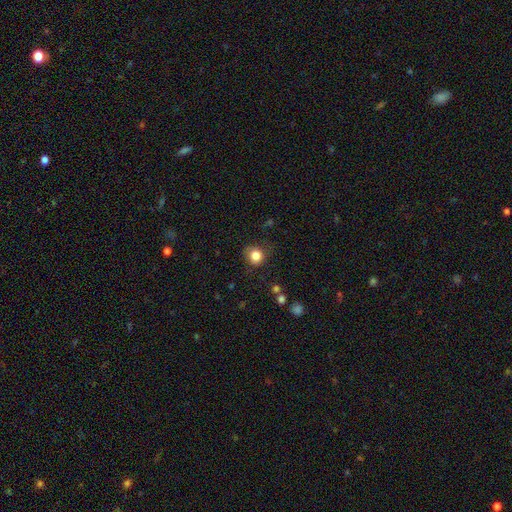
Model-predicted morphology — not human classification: Smooth or featured?
  - smooth: 83% *
  - star or artifact: 11%
  - featured or disk: 6%
How rounded?
  - round: 83% *
  - in between: 17%
  - cigar-shaped: 1%
Merging?
  - none: 74% *
  - minor disturbance: 19%
  - major disturbance: 6%
  - merger: 2%